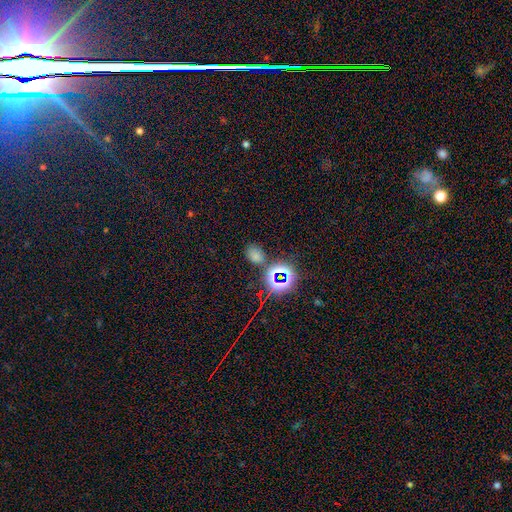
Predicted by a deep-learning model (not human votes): Smooth or featured?
  - smooth: 59% *
  - star or artifact: 35%
  - featured or disk: 6%
How rounded?
  - in between: 61% *
  - round: 37%
  - cigar-shaped: 2%
Merging?
  - none: 74% *
  - minor disturbance: 12%
  - merger: 9%
  - major disturbance: 5%